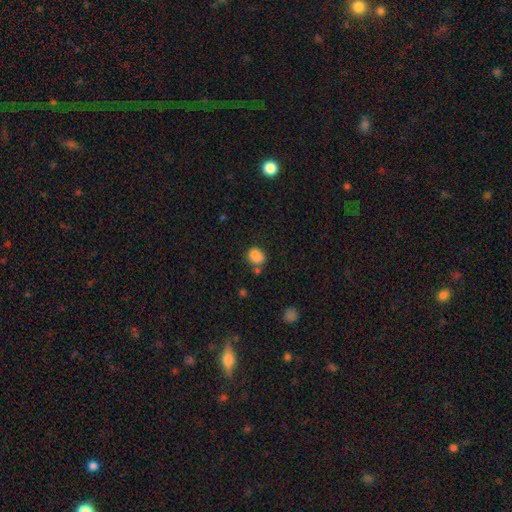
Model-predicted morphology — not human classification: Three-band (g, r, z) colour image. It shows a smooth galaxy with no disk features (84%) that is round (58%). Merging: none (61%).